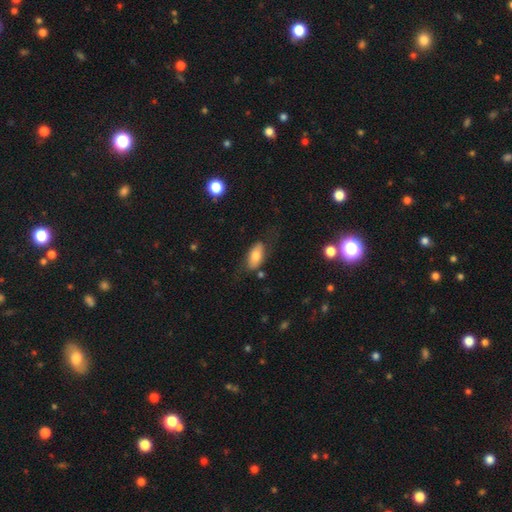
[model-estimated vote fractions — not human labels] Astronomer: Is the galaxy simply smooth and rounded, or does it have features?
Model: smooth — 73%.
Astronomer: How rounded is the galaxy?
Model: in between — 89%.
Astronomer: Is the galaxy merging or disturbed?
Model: none — 68%.